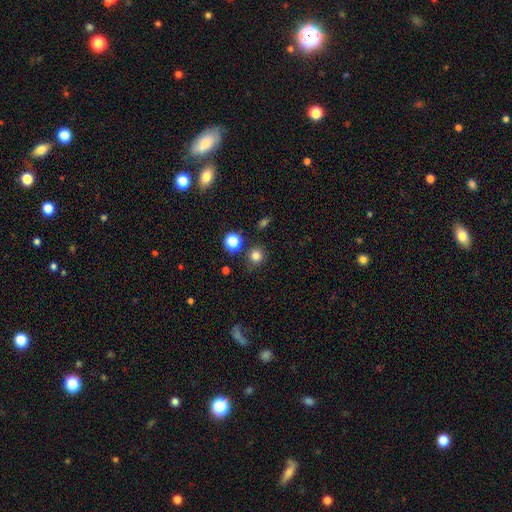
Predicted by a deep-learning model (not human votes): smooth-or-featured: smooth: 80% | star or artifact: 15% | featured or disk: 5%
  how-rounded: round: 92% | in between: 7% | cigar-shaped: 1%
  merging: none: 81% | minor disturbance: 10% | merger: 5% | major disturbance: 4%